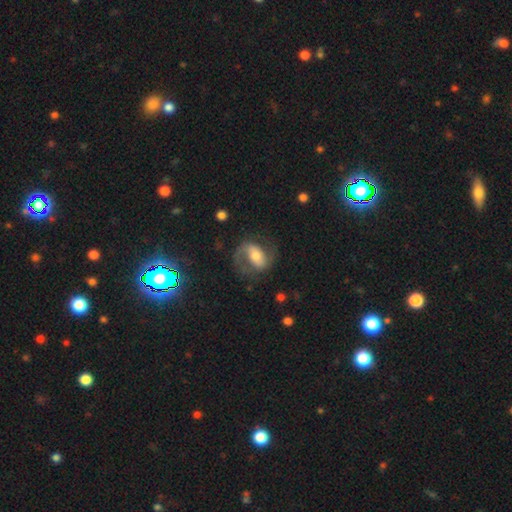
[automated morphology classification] Smooth or featured: featured or disk — 75% (smooth — 18%)
Edge-on disk: no — 97% (yes — 3%)
Bar: strong — 40% (weak — 36%)
Spiral arms: yes — 91% (no — 9%)
Spiral winding: medium — 53% (loose — 30%)
Spiral arm count: 2 — 86% (1 — 7%)
Bulge size: moderate — 55% (small — 24%)
Merging: none — 66% (major disturbance — 16%)